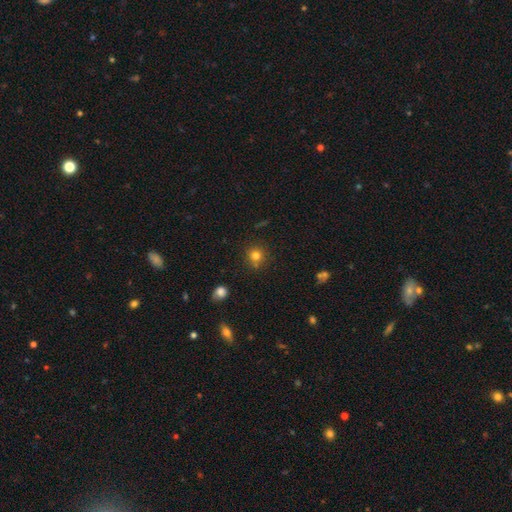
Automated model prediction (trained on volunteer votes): Smooth or featured: smooth — 78% (star or artifact — 14%)
How rounded: round — 90% (in between — 9%)
Merging: none — 79% (minor disturbance — 11%)